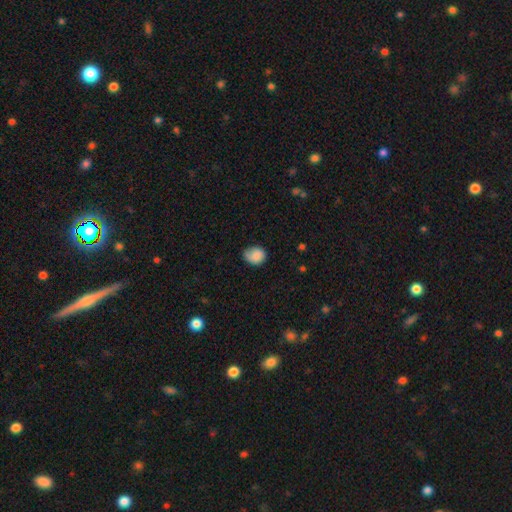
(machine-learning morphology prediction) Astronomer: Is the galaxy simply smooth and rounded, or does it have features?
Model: smooth — 85%.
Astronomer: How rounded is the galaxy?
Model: round — 60% (runner-up: in between, 39%).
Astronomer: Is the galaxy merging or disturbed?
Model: none — 58%.